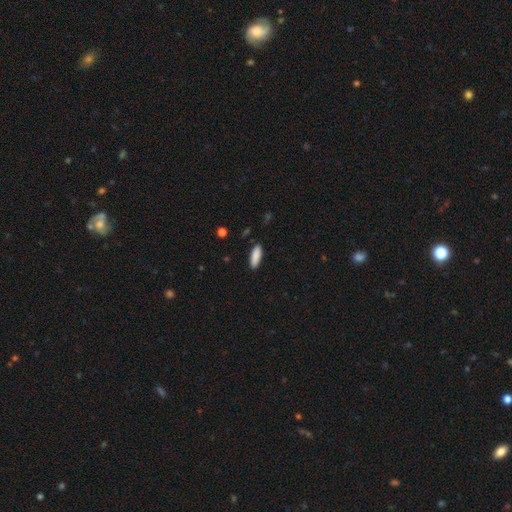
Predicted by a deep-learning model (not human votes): This is clearly a smooth galaxy (89%). How rounded: likely in between (64%). Merging: clearly none (87%).